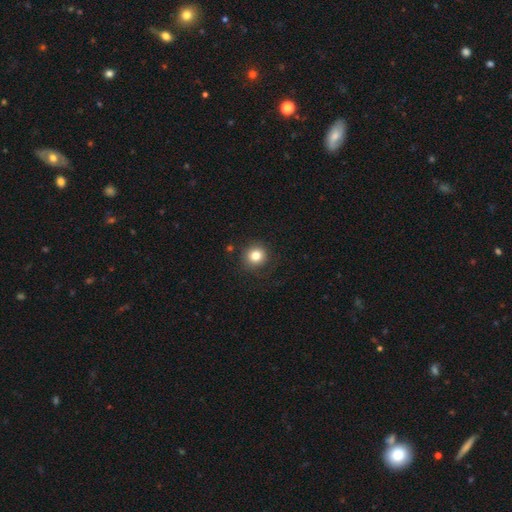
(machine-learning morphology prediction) Smooth or featured?
  - smooth: 82% *
  - star or artifact: 11%
  - featured or disk: 6%
How rounded?
  - round: 91% *
  - in between: 8%
  - cigar-shaped: 1%
Merging?
  - none: 86% *
  - minor disturbance: 9%
  - major disturbance: 4%
  - merger: 2%